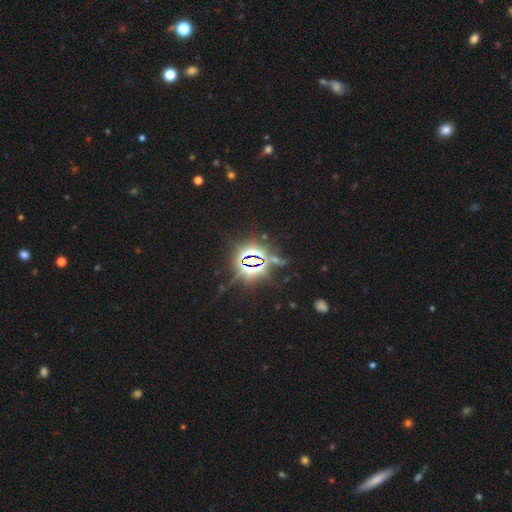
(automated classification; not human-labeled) A star or artifact, not a galaxy (86%).

Vote fractions:
- Smooth or featured? star or artifact: 86% / smooth: 7% / featured or disk: 7%